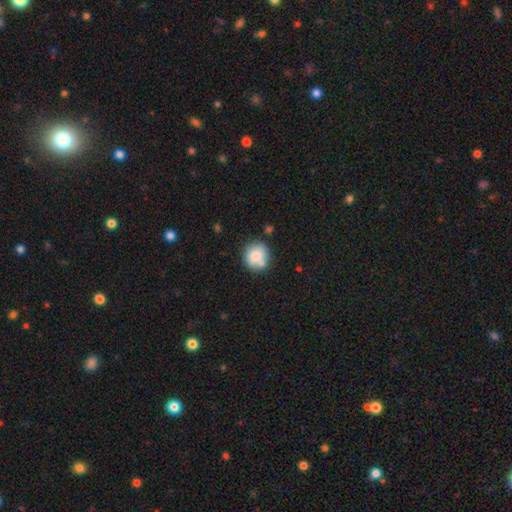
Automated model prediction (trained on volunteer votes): Smooth or featured?
  - smooth: 80% *
  - featured or disk: 11%
  - star or artifact: 9%
How rounded?
  - round: 86% *
  - in between: 13%
  - cigar-shaped: 1%
Merging?
  - none: 67% *
  - merger: 15%
  - minor disturbance: 14%
  - major disturbance: 4%